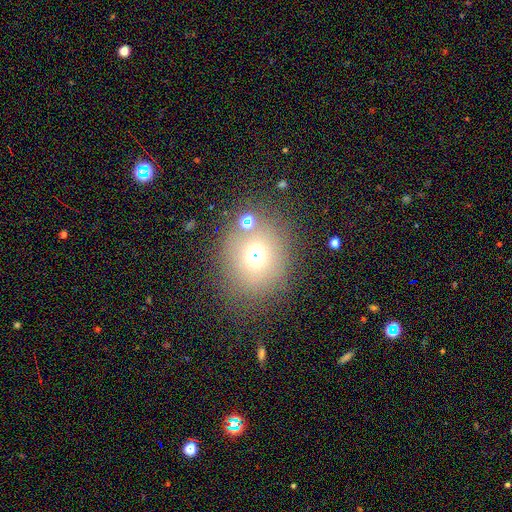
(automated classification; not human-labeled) Overall: smooth (64%). How rounded: round (70%). Merging: none (70%).